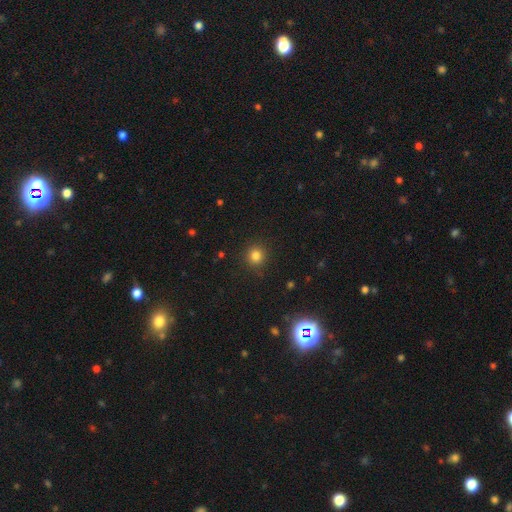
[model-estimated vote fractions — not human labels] This appears to be a smooth galaxy with no disk features (81%) that is round (93%). Merging: none (90%).